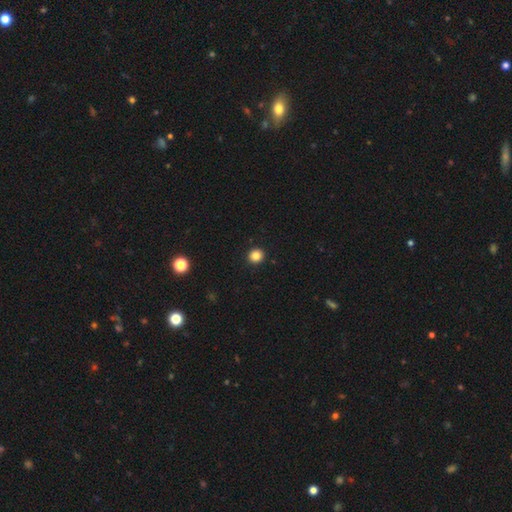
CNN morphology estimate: Q: Smooth or featured?
A: smooth (84%); runner-up: star or artifact (11%)
Q: How rounded?
A: round (91%); runner-up: in between (8%)
Q: Merging?
A: none (93%); runner-up: minor disturbance (4%)